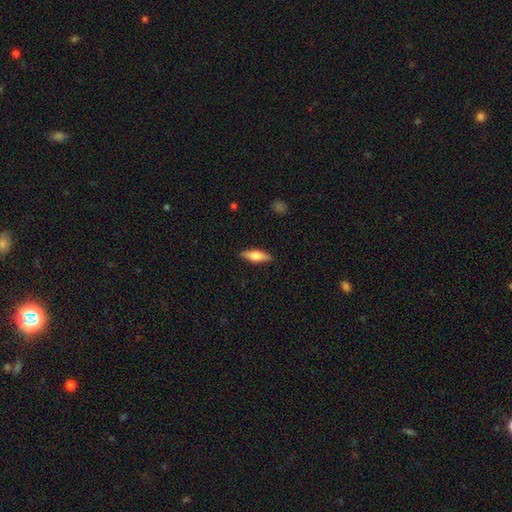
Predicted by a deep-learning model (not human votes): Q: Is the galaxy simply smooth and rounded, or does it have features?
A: smooth — 51%.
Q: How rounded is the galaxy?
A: cigar-shaped — 56%.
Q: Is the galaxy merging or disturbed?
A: none — 89%.